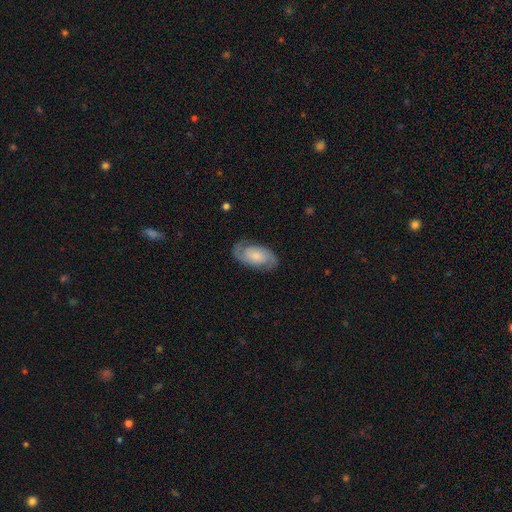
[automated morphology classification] Smooth or featured? featured or disk (76%)
Edge-on disk? no (96%)
Bar? no (62%)
Spiral arms? yes (95%)
Spiral winding? medium (45%)
Spiral arm count? 2 (90%)
Bulge size? small (36%)
Merging? none (81%)